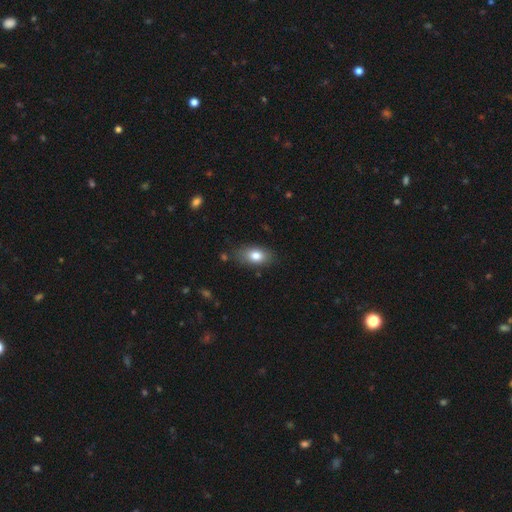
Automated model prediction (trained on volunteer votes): smooth-or-featured: smooth: 81% | featured or disk: 11% | star or artifact: 8%
  how-rounded: in between: 88% | round: 9% | cigar-shaped: 3%
  merging: none: 80% | minor disturbance: 14% | major disturbance: 3% | merger: 2%